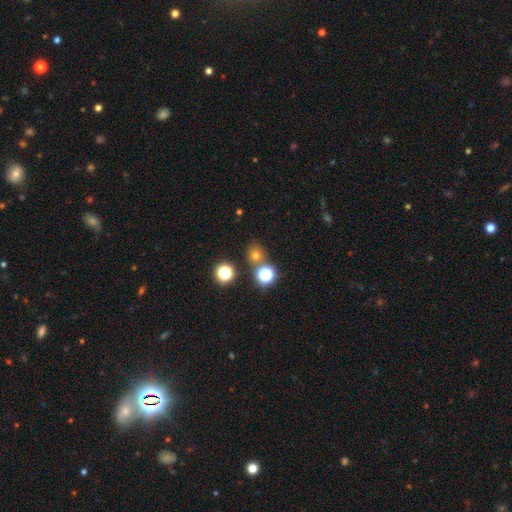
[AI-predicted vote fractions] Morphology: type=smooth (64%); roundness=round (80%); merging=none (71%).